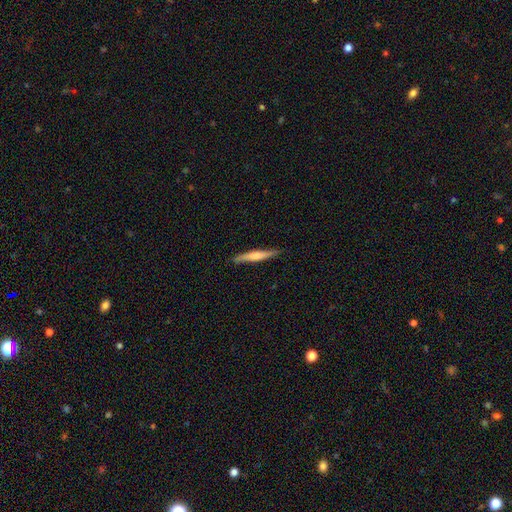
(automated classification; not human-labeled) This is possibly a smooth galaxy (49%). Merging: clearly none (87%).